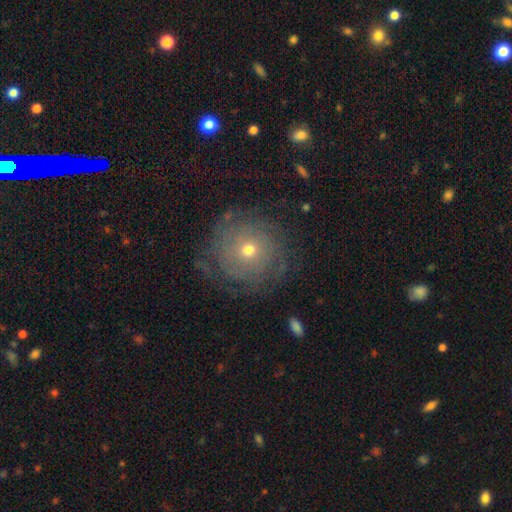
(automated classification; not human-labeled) Morphology: type=featured or disk (57%); edge-on=no (96%); bar=no (86%); spiral arms=yes (78%); bulge=small (49%); merging=none (80%).